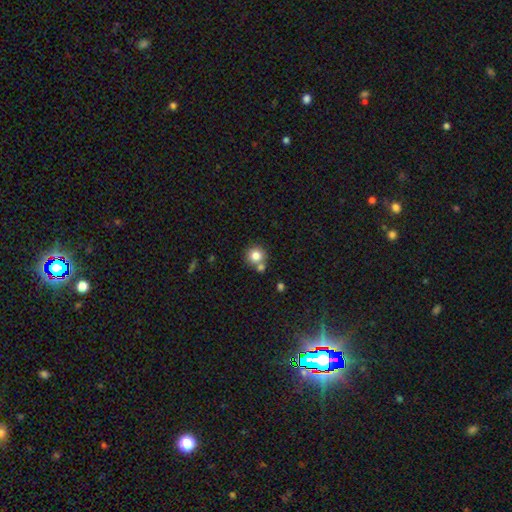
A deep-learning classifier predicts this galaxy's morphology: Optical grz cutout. It shows a smooth galaxy with no disk features (81%) that is round (93%). Merging: none (62%).